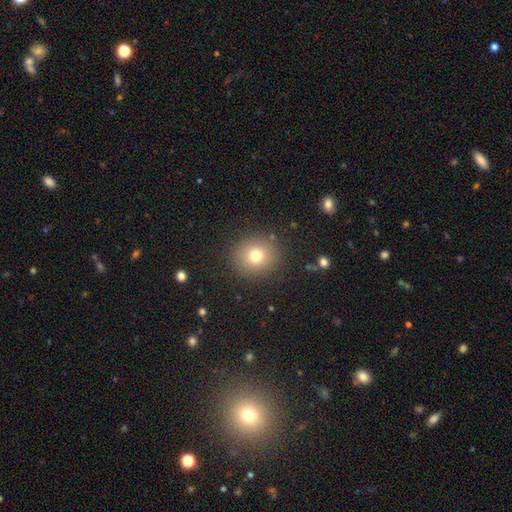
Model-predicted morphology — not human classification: smooth_or_featured: smooth (p=0.76) [alt: star or artifact p=0.13]
how_rounded: round (p=0.86) [alt: in between p=0.13]
merging: none (p=0.88) [alt: minor disturbance p=0.08]